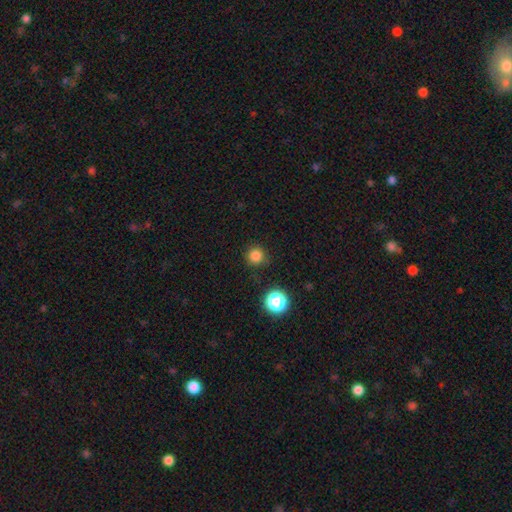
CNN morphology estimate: Smooth or featured? smooth (81%)
How rounded? round (96%)
Merging? none (88%)